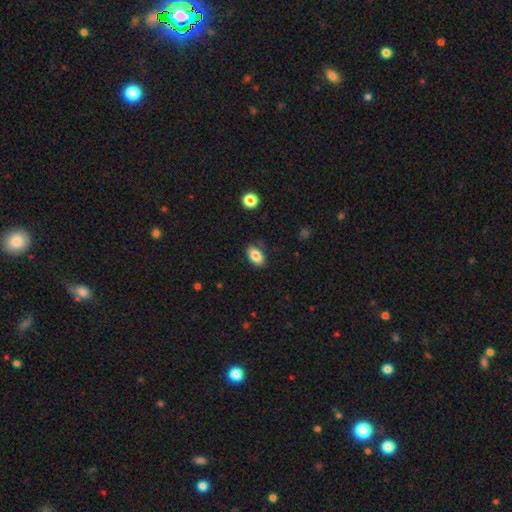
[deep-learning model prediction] smooth-or-featured: smooth: 85% | star or artifact: 8% | featured or disk: 7%
  how-rounded: in between: 91% | round: 7% | cigar-shaped: 2%
  merging: none: 83% | minor disturbance: 13% | major disturbance: 3% | merger: 1%